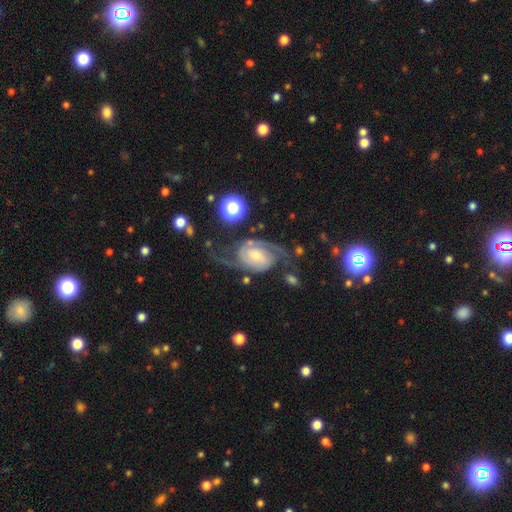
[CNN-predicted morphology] The model was most divided on "bulge size": small: 53%, moderate: 34%, large: 7%, none: 4%, dominant: 2%. Remaining: edge-on disk — no (97%); spiral arms — yes (97%); spiral arm count — 2 (90%); smooth or featured — featured or disk (87%); merging — none (57%); bar — no (55%); spiral winding — medium (47%).